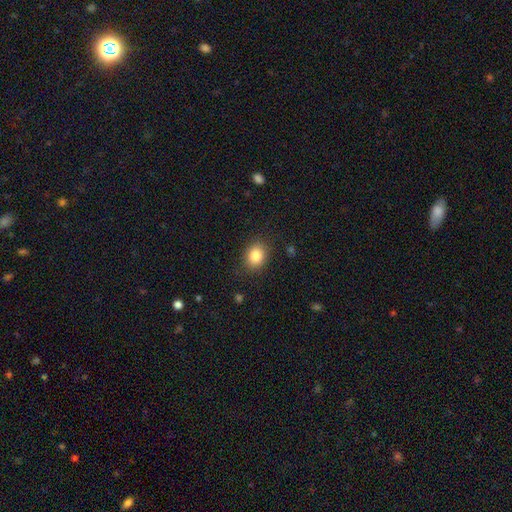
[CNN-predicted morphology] Smooth or featured: smooth — 85% (star or artifact — 9%)
How rounded: in between — 50% (round — 49%)
Merging: none — 84% (minor disturbance — 11%)